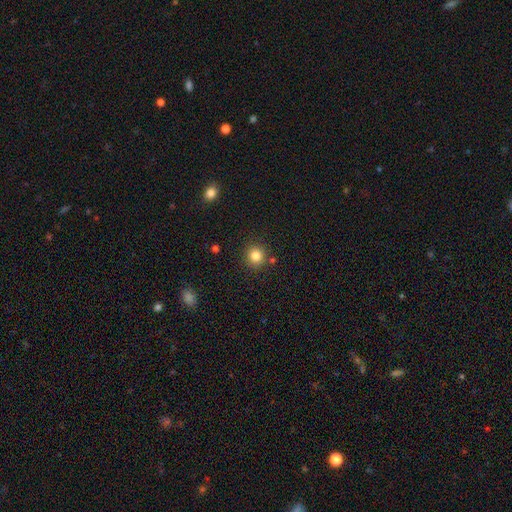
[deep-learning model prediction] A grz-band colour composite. It shows a smooth galaxy with no disk features (83%) that is round (92%). Merging: none (86%).